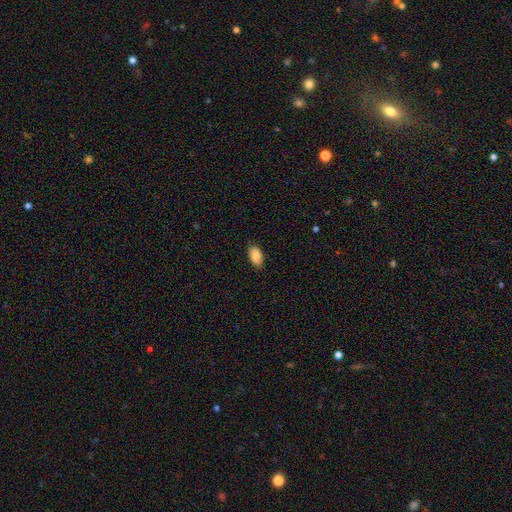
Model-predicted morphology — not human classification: Smooth or featured: smooth — 87% (star or artifact — 7%)
How rounded: in between — 94% (round — 4%)
Merging: none — 87% (minor disturbance — 10%)